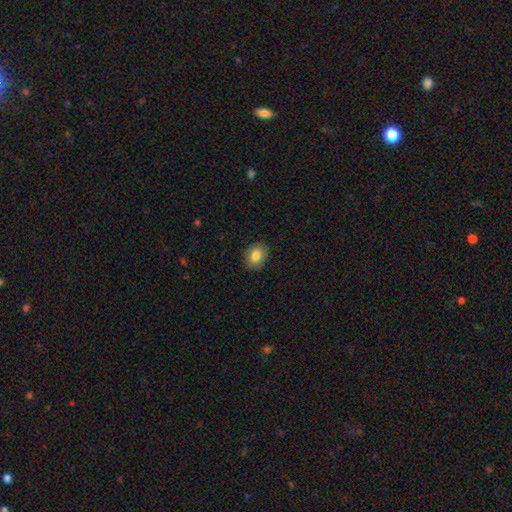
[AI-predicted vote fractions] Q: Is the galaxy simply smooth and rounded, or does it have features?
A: smooth — 83%.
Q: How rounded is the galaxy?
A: in between — 59%.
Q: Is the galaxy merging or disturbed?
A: none — 89%.